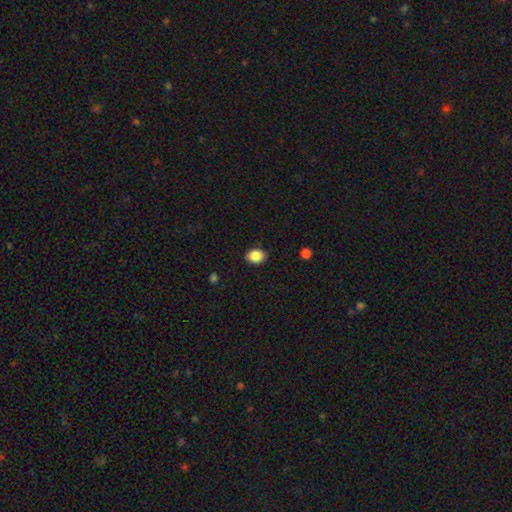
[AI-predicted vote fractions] smooth_or_featured: smooth (p=0.88) [alt: star or artifact p=0.08]
how_rounded: in between (p=0.58) [alt: round p=0.41]
merging: none (p=0.88) [alt: minor disturbance p=0.09]